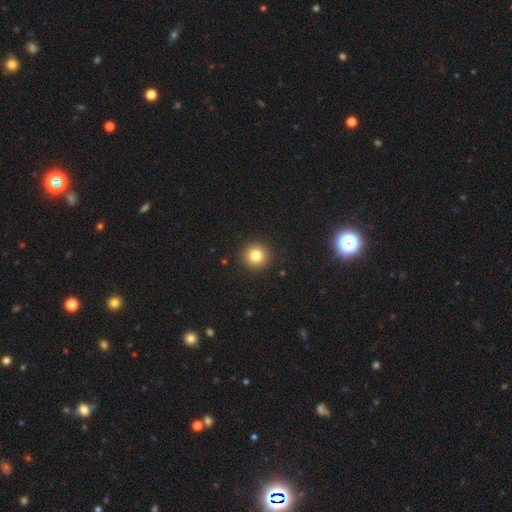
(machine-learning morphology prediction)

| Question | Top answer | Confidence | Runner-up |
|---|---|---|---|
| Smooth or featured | smooth | 81% | star or artifact (12%) |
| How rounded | round | 95% | in between (4%) |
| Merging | none | 92% | minor disturbance (5%) |